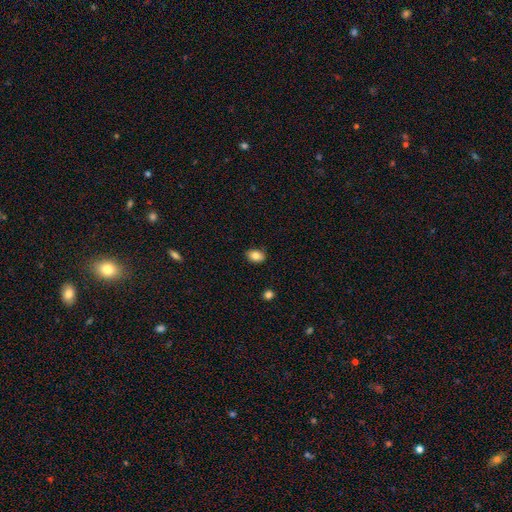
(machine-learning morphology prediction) Overall: smooth (84%). How rounded: in between (77%). Merging: none (87%).